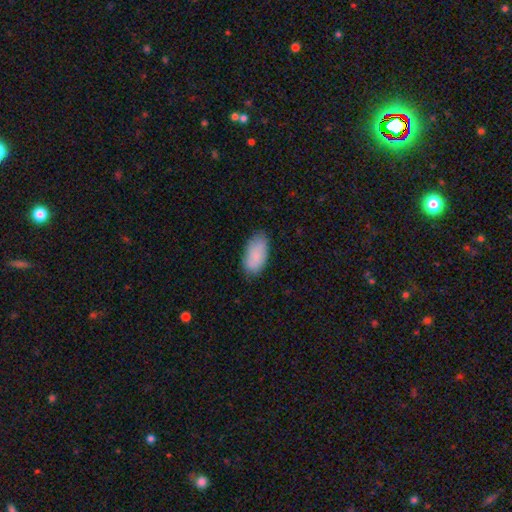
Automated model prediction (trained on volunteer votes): This appears to be a smooth galaxy with no disk features (85%) that is in between round and cigar-shaped (94%). Merging: none (76%).